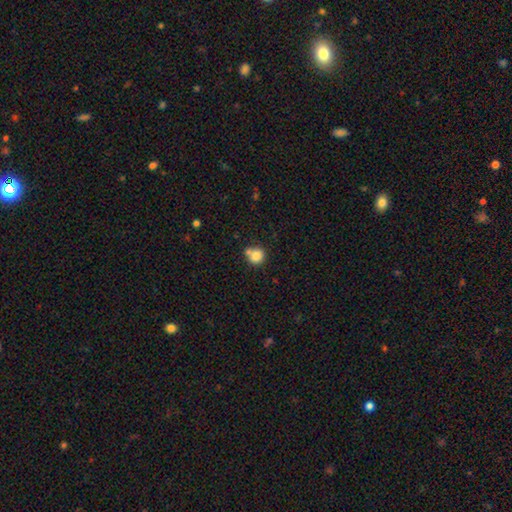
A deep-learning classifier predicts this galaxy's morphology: smooth 83%, star or artifact 10%, featured or disk 7%. Down the decision tree: how rounded — round (84%); merging — none (55%).